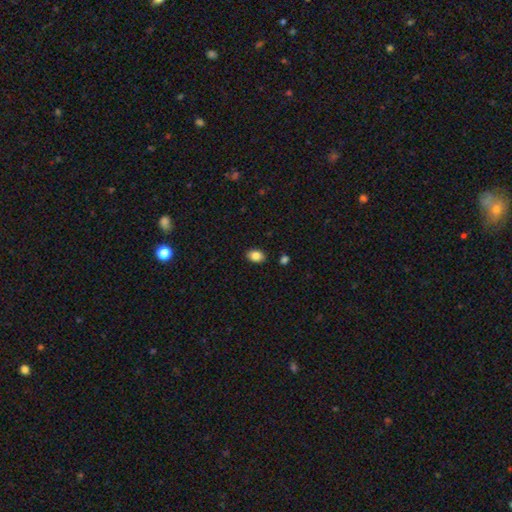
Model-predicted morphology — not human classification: smooth-or-featured: smooth: 86% | star or artifact: 8% | featured or disk: 6%
  how-rounded: in between: 85% | round: 14% | cigar-shaped: 1%
  merging: none: 88% | minor disturbance: 8% | major disturbance: 2% | merger: 2%